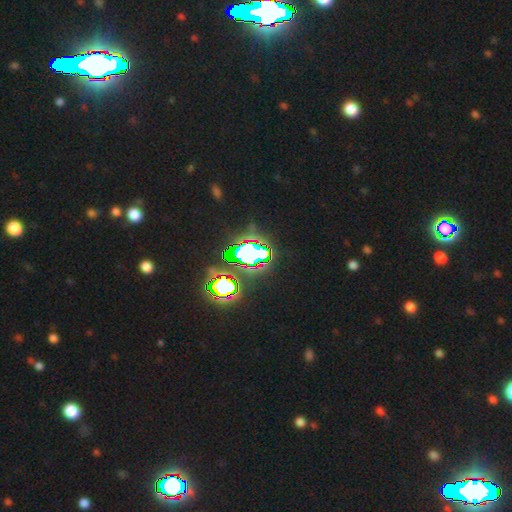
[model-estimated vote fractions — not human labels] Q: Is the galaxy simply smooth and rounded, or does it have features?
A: star or artifact — 83%.